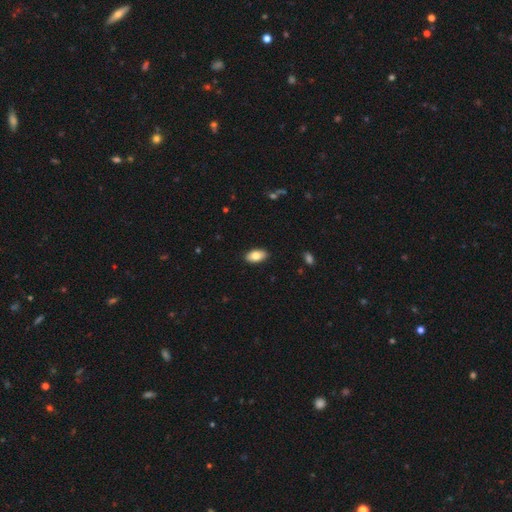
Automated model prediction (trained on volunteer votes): Smooth or featured? Predicted: smooth (p=0.82). How rounded? Predicted: in between (p=0.94). Merging? Predicted: none (p=0.88).